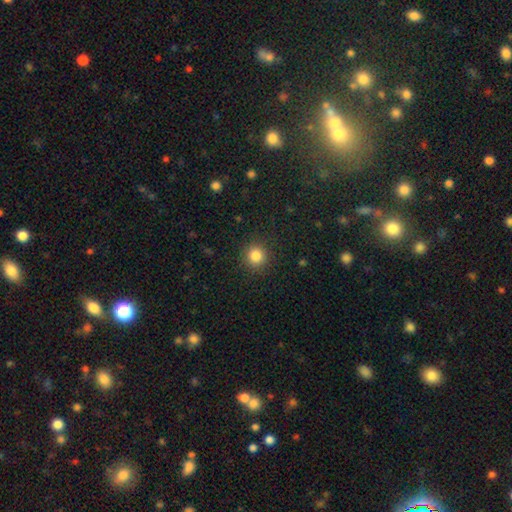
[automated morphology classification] Smooth or featured: smooth — 84% (star or artifact — 12%)
How rounded: round — 93% (in between — 6%)
Merging: none — 91% (minor disturbance — 6%)